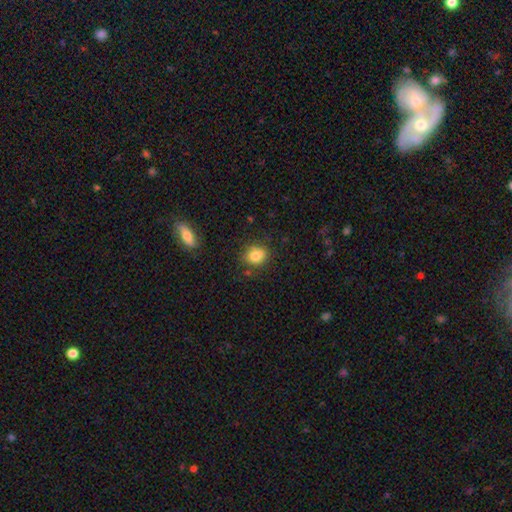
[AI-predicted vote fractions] smooth-or-featured: smooth: 79% | star or artifact: 11% | featured or disk: 10%
  how-rounded: round: 55% | in between: 43% | cigar-shaped: 2%
  merging: none: 68% | minor disturbance: 19% | merger: 9% | major disturbance: 5%